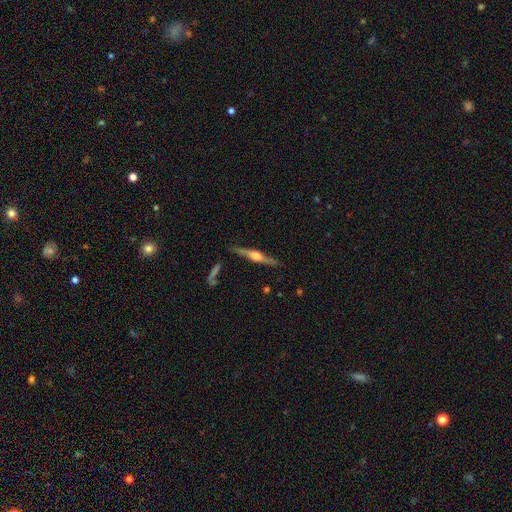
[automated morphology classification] type=featured or disk (77%); edge-on=yes (97%); edge-on bulge=rounded (88%); merging=none (83%).